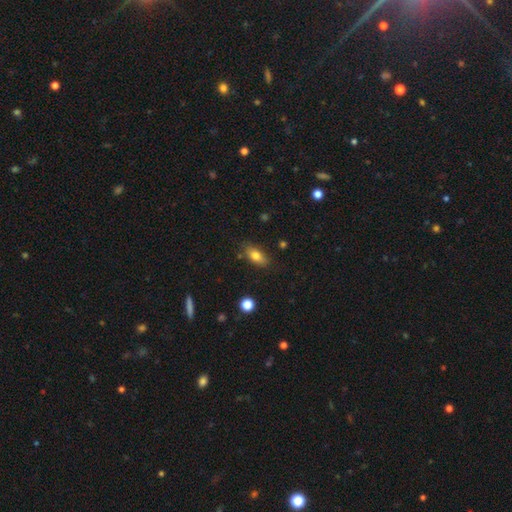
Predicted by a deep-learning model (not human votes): smooth 78%, featured or disk 13%, star or artifact 9%. Down the decision tree: how rounded — in between (85%); merging — none (79%).